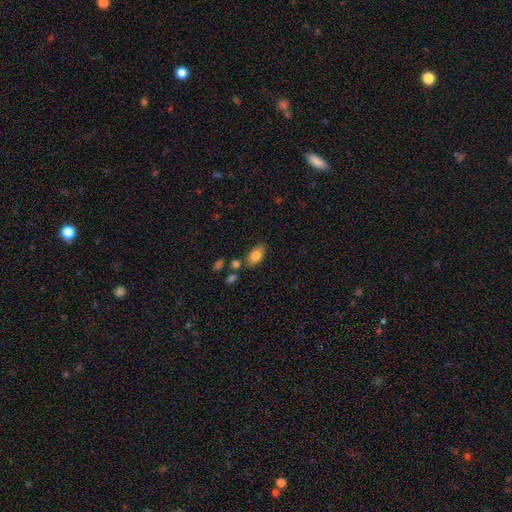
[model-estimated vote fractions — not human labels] Morphology: type=smooth (83%); roundness=in between (93%); merging=none (76%).